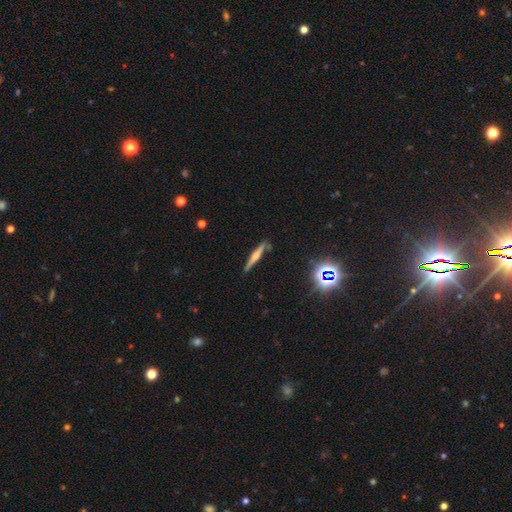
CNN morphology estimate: A featured or disk galaxy (65%) viewed edge-on (97%) with a rounded central bulge (87%). Merging: none (87%).